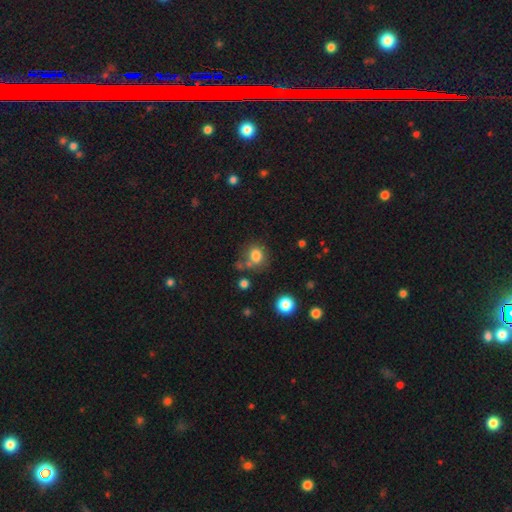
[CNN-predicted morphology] Smooth or featured?
  - smooth: 80% *
  - star or artifact: 13%
  - featured or disk: 8%
How rounded?
  - round: 76% *
  - in between: 23%
  - cigar-shaped: 1%
Merging?
  - none: 64% *
  - minor disturbance: 16%
  - merger: 14%
  - major disturbance: 7%